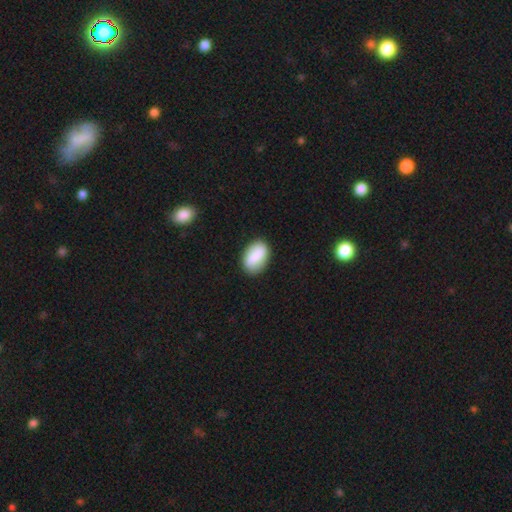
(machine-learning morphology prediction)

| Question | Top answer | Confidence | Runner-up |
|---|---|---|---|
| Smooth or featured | smooth | 78% | featured or disk (16%) |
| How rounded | in between | 88% | round (10%) |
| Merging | none | 85% | minor disturbance (11%) |